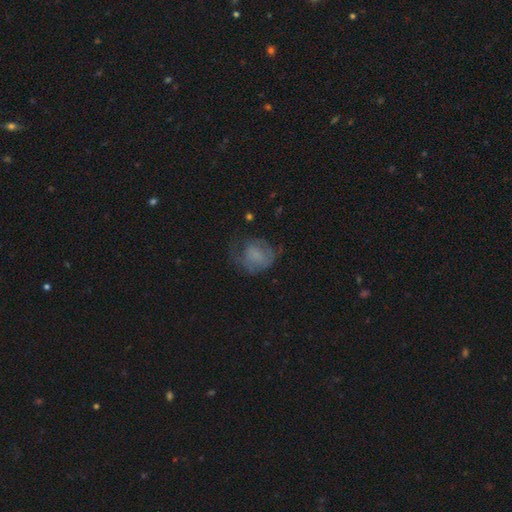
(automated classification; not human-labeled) This is possibly a smooth galaxy (52%). How rounded: likely round (62%). Merging: marginally none (42%).